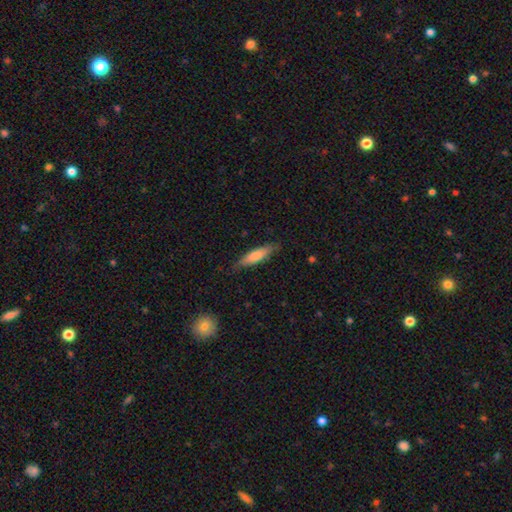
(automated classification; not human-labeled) A smooth galaxy with no disk features (76%) that is cigar-shaped (70%). Merging: none (81%).